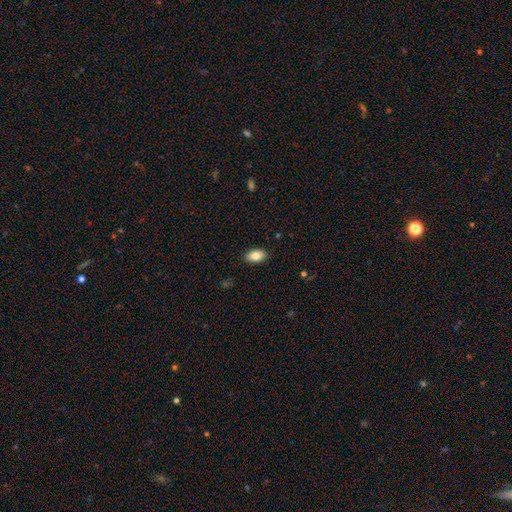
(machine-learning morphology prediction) smooth-or-featured: smooth: 84% | featured or disk: 8% | star or artifact: 7%
  how-rounded: in between: 93% | round: 5% | cigar-shaped: 2%
  merging: none: 89% | minor disturbance: 8% | major disturbance: 2% | merger: 1%